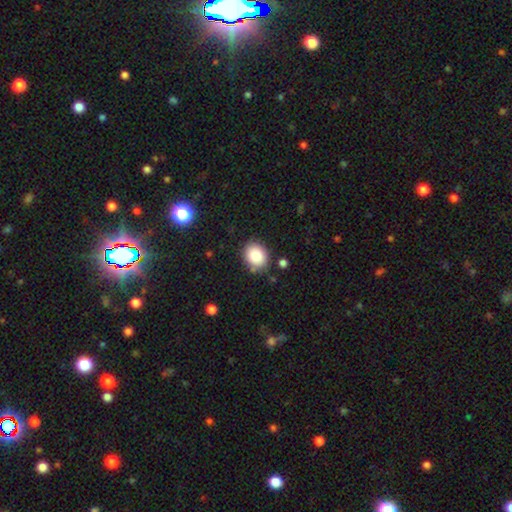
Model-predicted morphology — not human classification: This appears to be a smooth galaxy with no disk features (82%) that is round (61%). Merging: none (81%).